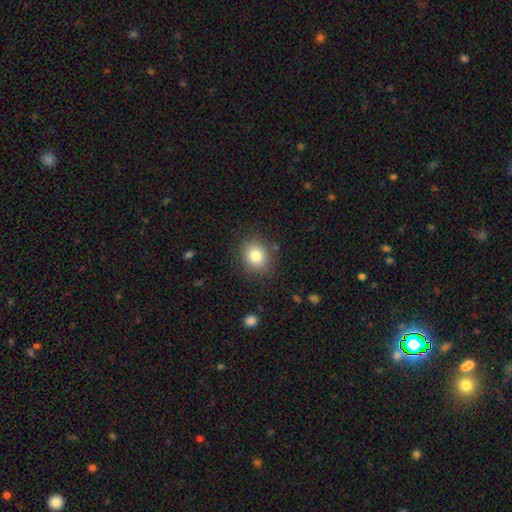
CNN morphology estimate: Smooth or featured? smooth (82%)
How rounded? round (70%)
Merging? none (85%)